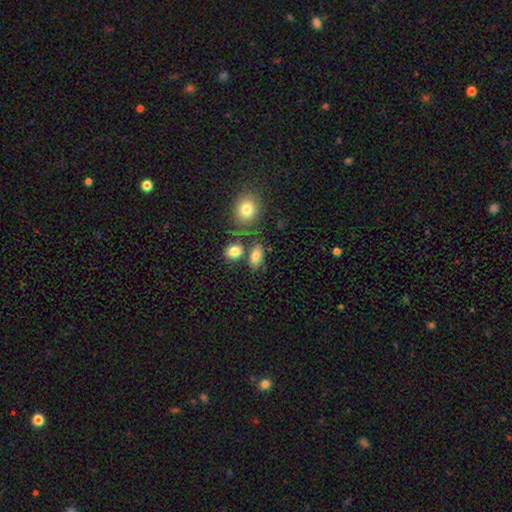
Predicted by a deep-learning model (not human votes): smooth_or_featured: smooth (p=0.81) [alt: star or artifact p=0.10]
how_rounded: in between (p=0.82) [alt: round p=0.15]
merging: none (p=0.62) [alt: merger p=0.18]